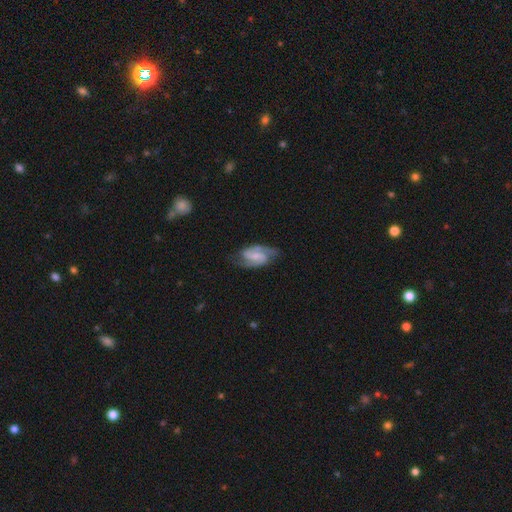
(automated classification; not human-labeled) Q: Smooth or featured?
A: featured or disk (84%); runner-up: smooth (11%)
Q: Edge-on disk?
A: no (97%); runner-up: yes (3%)
Q: Bar?
A: weak (50%); runner-up: strong (28%)
Q: Spiral arms?
A: yes (97%); runner-up: no (3%)
Q: Spiral winding?
A: medium (54%); runner-up: tight (30%)
Q: Spiral arm count?
A: 2 (91%); runner-up: can't tell (4%)
Q: Bulge size?
A: small (44%); runner-up: moderate (26%)
Q: Merging?
A: none (76%); runner-up: minor disturbance (17%)